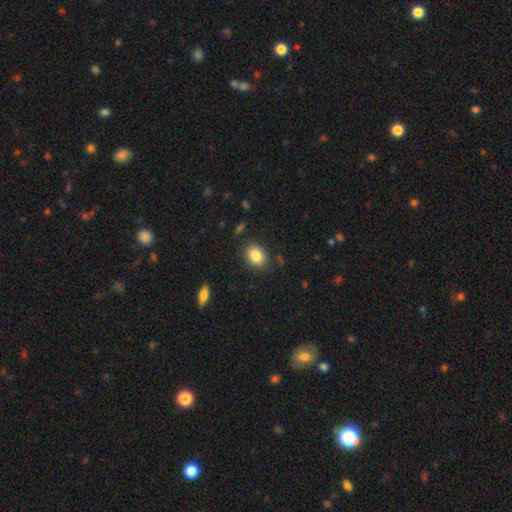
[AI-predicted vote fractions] Smooth or featured?
  - smooth: 85% *
  - star or artifact: 8%
  - featured or disk: 7%
How rounded?
  - in between: 69% *
  - round: 30%
  - cigar-shaped: 1%
Merging?
  - none: 85% *
  - minor disturbance: 11%
  - major disturbance: 3%
  - merger: 2%